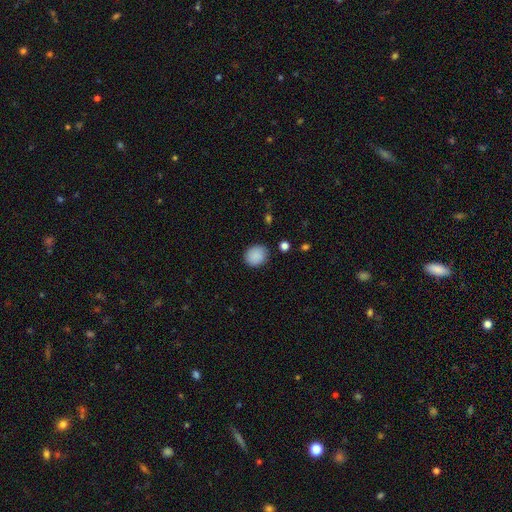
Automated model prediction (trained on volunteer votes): Smooth or featured? Predicted: smooth (p=0.89). How rounded? Predicted: round (p=0.69). Merging? Predicted: none (p=0.84).